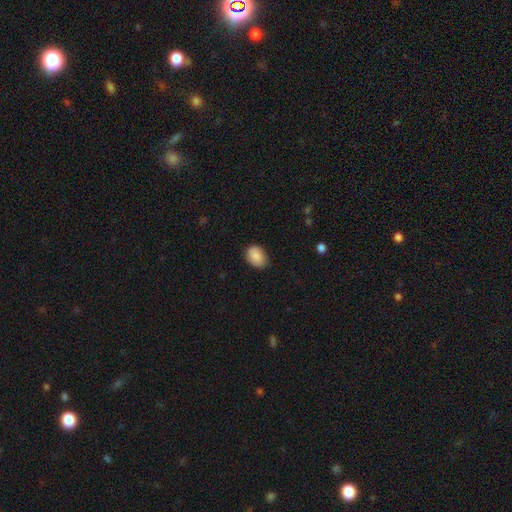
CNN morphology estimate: This is clearly a smooth galaxy (88%). How rounded: likely in between (73%). Merging: likely none (78%).